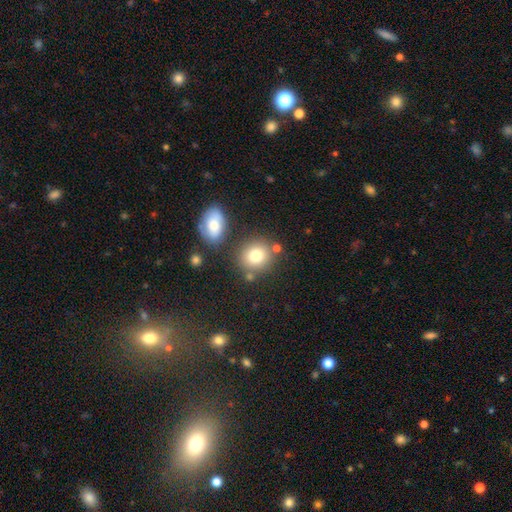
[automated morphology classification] This appears to be a smooth galaxy with no disk features (78%) that is round (79%). Merging: none (73%).